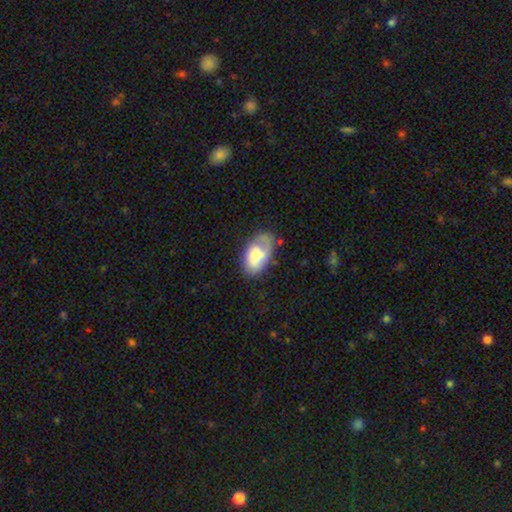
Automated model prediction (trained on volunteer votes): A smooth galaxy with no disk features (59%) that is in between round and cigar-shaped (92%). Merging: none (51%).